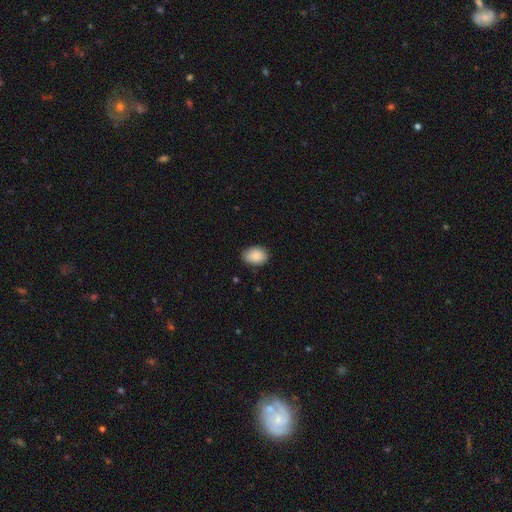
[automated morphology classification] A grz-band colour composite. It shows a smooth galaxy with no disk features (89%) that is in between round and cigar-shaped (79%). Merging: none (82%).